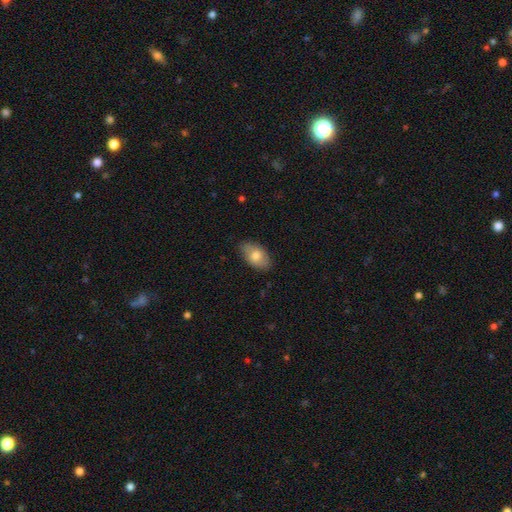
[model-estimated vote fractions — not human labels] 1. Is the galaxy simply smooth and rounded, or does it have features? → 73% smooth, 21% featured or disk, 6% star or artifact.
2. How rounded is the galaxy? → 93% in between, 5% round, 2% cigar-shaped.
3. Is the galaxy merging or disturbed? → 78% none, 18% minor disturbance, 3% major disturbance, 1% merger.